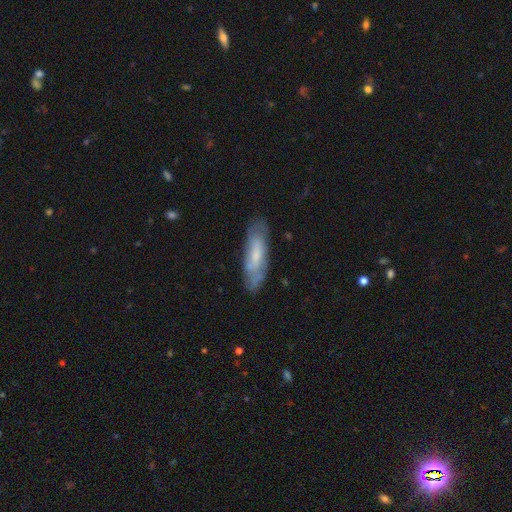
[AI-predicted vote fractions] smooth_or_featured: smooth (p=0.51) [alt: featured or disk p=0.43]
how_rounded: cigar-shaped (p=0.58) [alt: in between p=0.40]
merging: none (p=0.75) [alt: minor disturbance p=0.18]